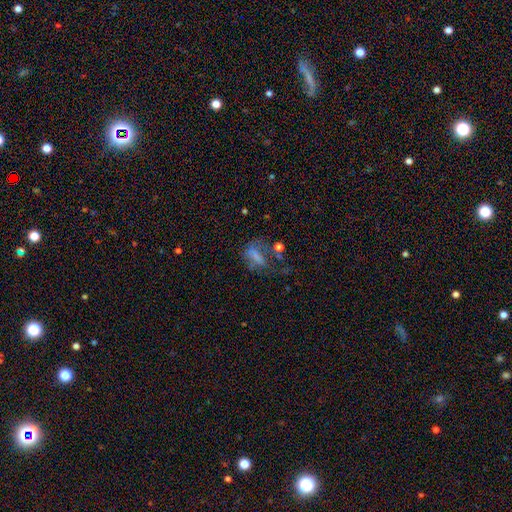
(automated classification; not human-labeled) smooth_or_featured: smooth (p=0.57) [alt: featured or disk p=0.26]
how_rounded: in between (p=0.66) [alt: cigar-shaped p=0.19]
merging: major disturbance (p=0.43) [alt: none p=0.28]